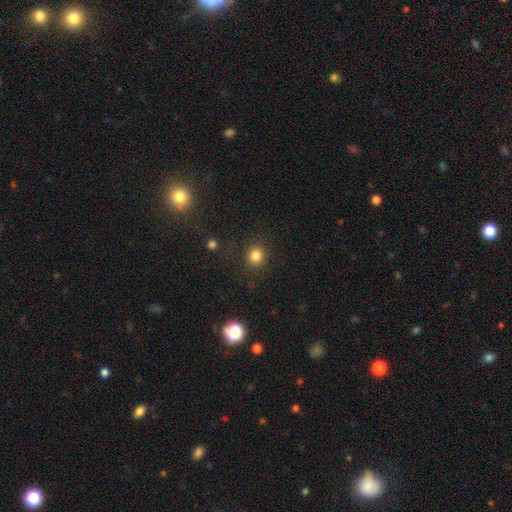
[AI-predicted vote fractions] This appears to be a smooth galaxy with no disk features (83%) that is round (86%). Merging: none (86%).